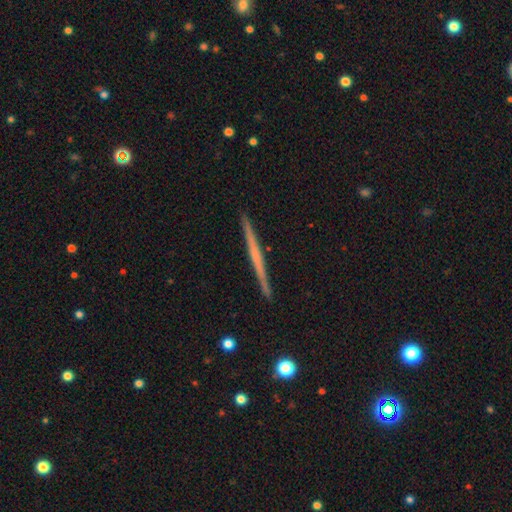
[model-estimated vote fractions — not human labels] Morphology: type=featured or disk (62%); edge-on=yes (98%); edge-on bulge=none (80%); merging=none (93%).